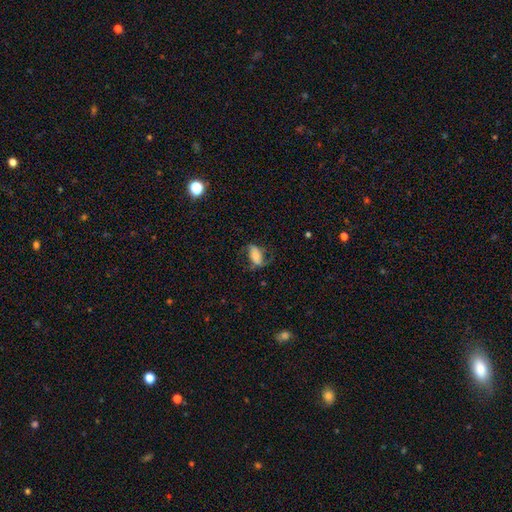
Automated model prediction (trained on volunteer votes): This is possibly a smooth galaxy (47%). Merging: possibly none (56%).